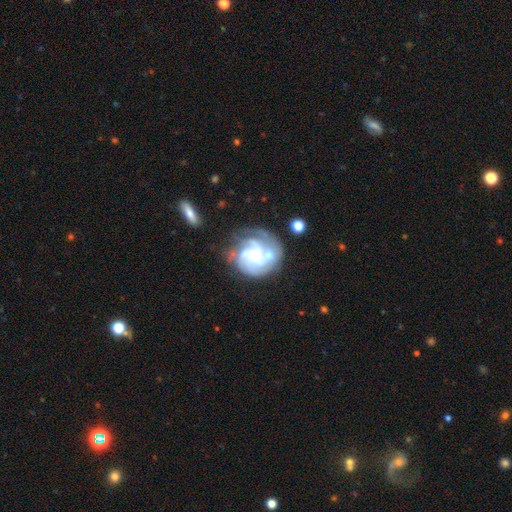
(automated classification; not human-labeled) This appears to be a featured or disk galaxy (81%) with no bar (73%), 3 (31%) tight (62%) spiral arms (93%) and a small central bulge (62%). Merging: none (54%).